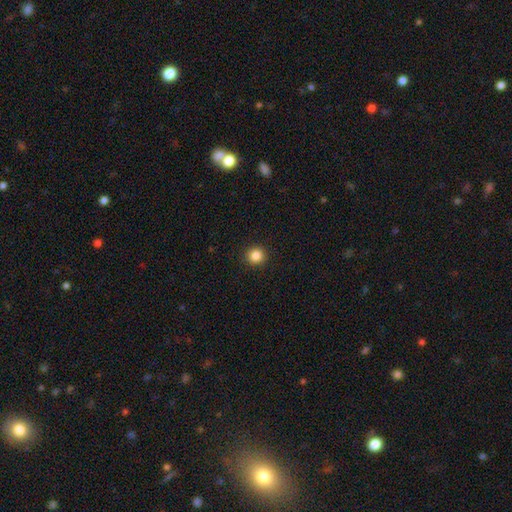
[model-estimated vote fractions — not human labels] Overall: smooth (85%). How rounded: round (94%). Merging: none (93%).